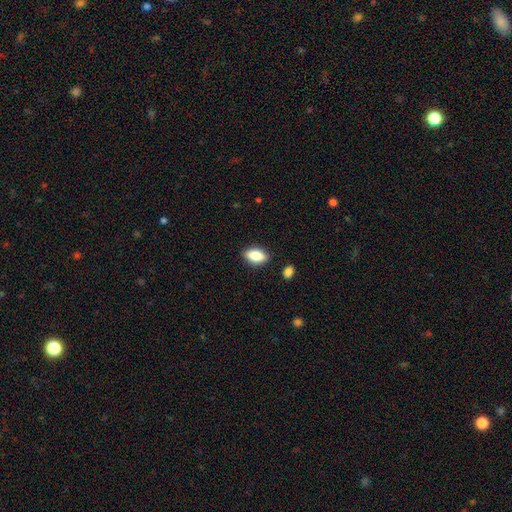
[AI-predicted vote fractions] Smooth or featured? smooth (79%)
How rounded? in between (85%)
Merging? none (85%)